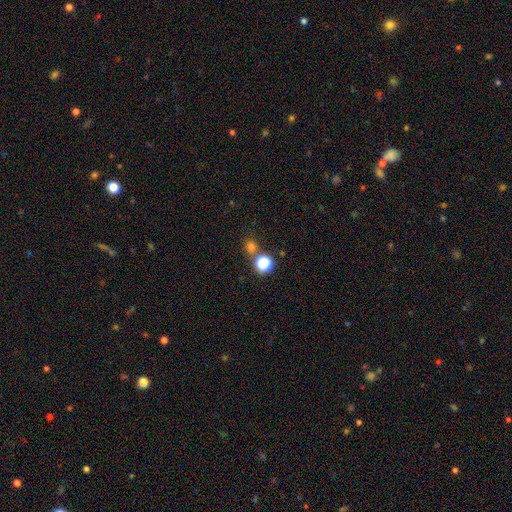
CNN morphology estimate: smooth-or-featured: star or artifact: 46% | smooth: 42% | featured or disk: 12%